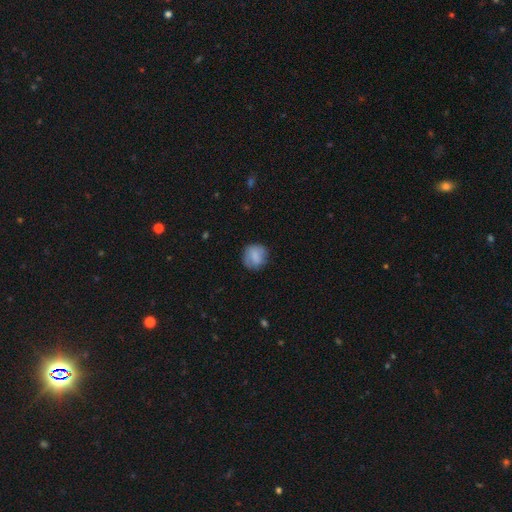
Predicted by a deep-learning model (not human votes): The model was most divided on "merging": none: 77%, minor disturbance: 17%, major disturbance: 5%, merger: 1%. More confident: how rounded — round (83%); smooth or featured — smooth (79%).